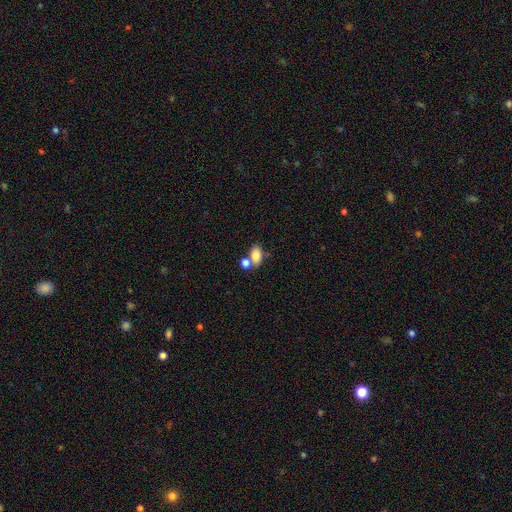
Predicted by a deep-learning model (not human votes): smooth 81%, featured or disk 10%, star or artifact 9%. Down the decision tree: how rounded — in between (85%); merging — none (50%).